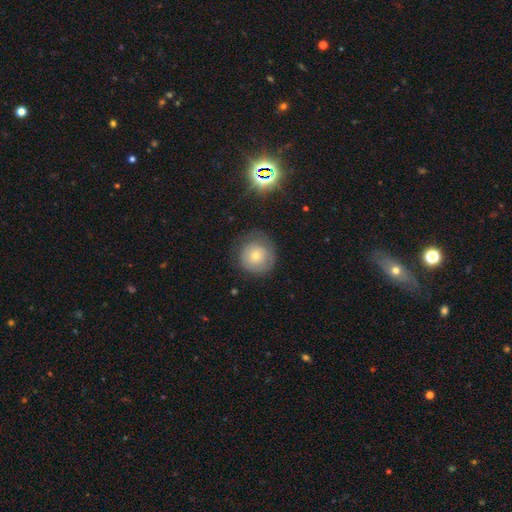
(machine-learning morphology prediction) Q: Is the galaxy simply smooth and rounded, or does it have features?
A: smooth — 67%.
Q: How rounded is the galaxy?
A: round — 94%.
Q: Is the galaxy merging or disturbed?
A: none — 74%.